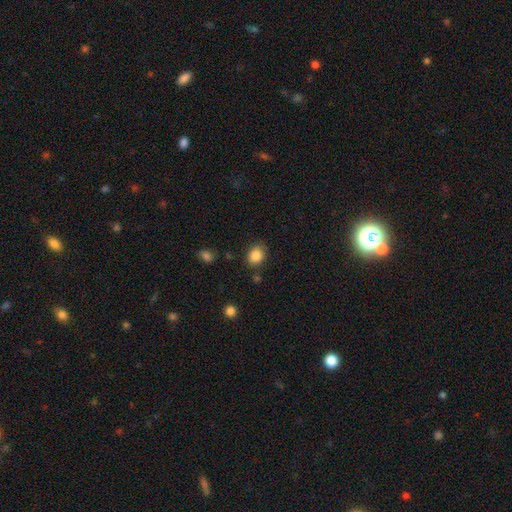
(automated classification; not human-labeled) Smooth or featured: smooth — 86% (star or artifact — 9%)
How rounded: in between — 54% (round — 45%)
Merging: none — 81% (minor disturbance — 13%)